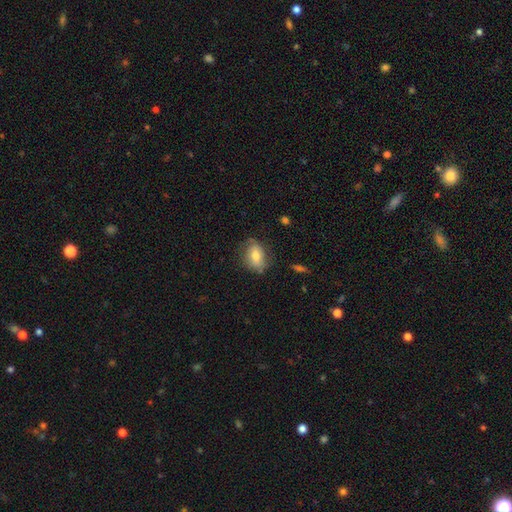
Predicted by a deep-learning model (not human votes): Smooth or featured? Predicted: smooth (p=0.67). How rounded? Predicted: in between (p=0.75). Merging? Predicted: none (p=0.68).